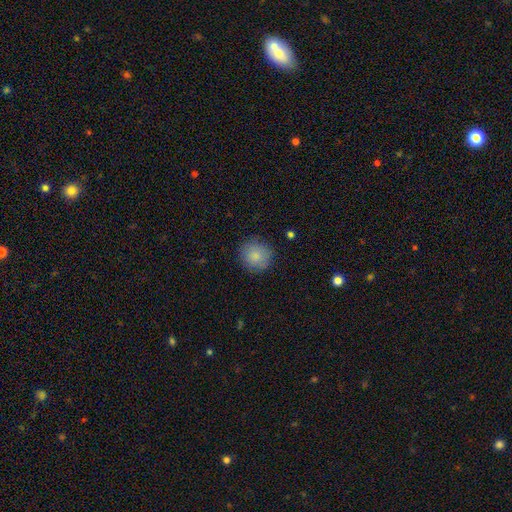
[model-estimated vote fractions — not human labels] The model was most divided on "merging": none: 87%, minor disturbance: 10%, major disturbance: 3%, merger: 1%. More confident: how rounded — round (93%); smooth or featured — smooth (86%).